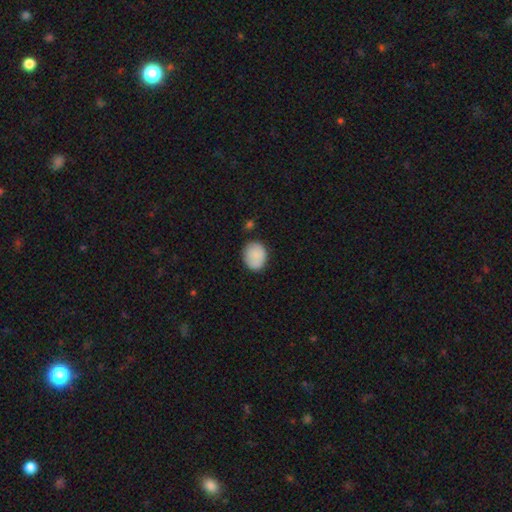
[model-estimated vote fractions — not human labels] The model was most divided on "how rounded": round: 60%, in between: 39%, cigar-shaped: 1%. More confident: smooth or featured — smooth (86%); merging — none (78%).